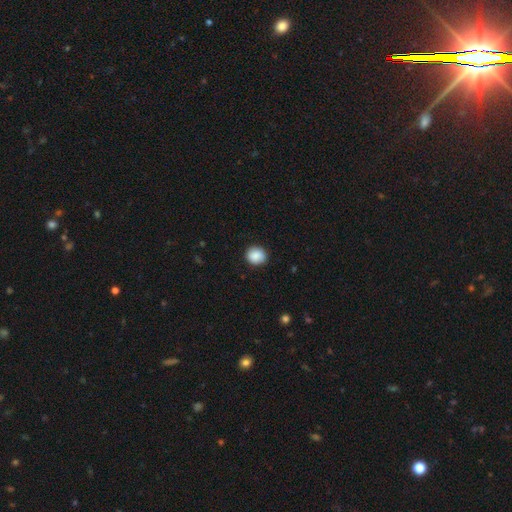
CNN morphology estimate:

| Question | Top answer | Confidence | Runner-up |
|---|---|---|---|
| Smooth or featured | smooth | 89% | star or artifact (8%) |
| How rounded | round | 80% | in between (19%) |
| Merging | none | 87% | minor disturbance (10%) |